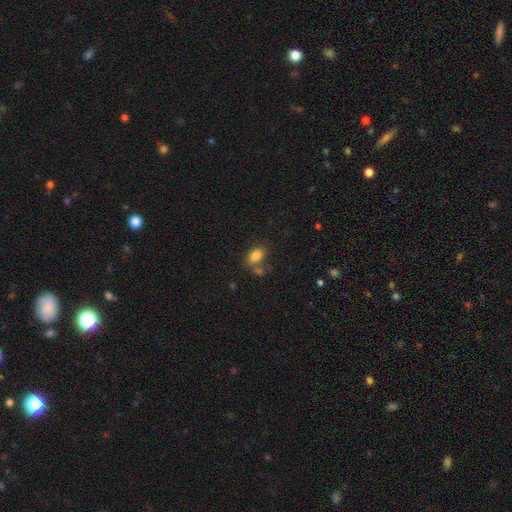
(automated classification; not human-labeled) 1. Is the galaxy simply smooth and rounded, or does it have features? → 81% smooth, 10% star or artifact, 9% featured or disk.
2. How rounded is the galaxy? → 84% in between, 14% round, 2% cigar-shaped.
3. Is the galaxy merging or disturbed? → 56% none, 22% merger, 16% minor disturbance, 6% major disturbance.